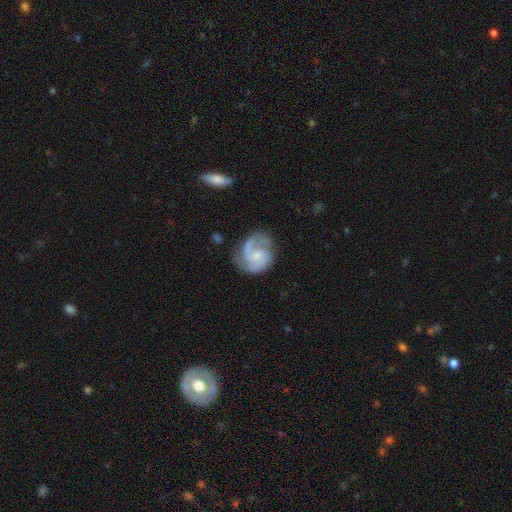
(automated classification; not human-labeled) This appears to be a featured or disk galaxy (85%) with no bar (58%), 2 (82%) medium (53%) spiral arms (97%) and a small central bulge (63%). Merging: none (71%).